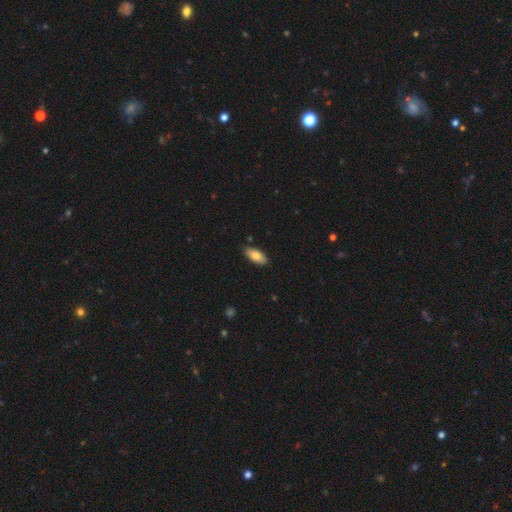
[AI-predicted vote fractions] smooth 81%, featured or disk 13%, star or artifact 6%. Down the decision tree: how rounded — in between (88%); merging — none (88%).